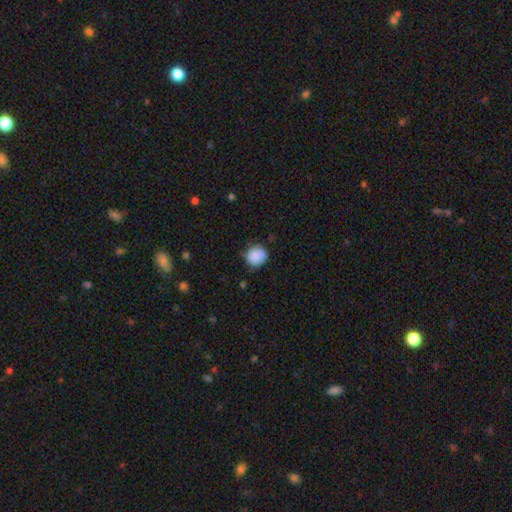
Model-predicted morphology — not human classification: A smooth galaxy with no disk features (87%) that is round (79%).

Vote fractions:
- Smooth or featured? smooth: 87% / star or artifact: 8% / featured or disk: 5%
- How rounded? round: 79% / in between: 20% / cigar-shaped: 1%
- Merging? none: 70% / minor disturbance: 24% / major disturbance: 4% / merger: 2%